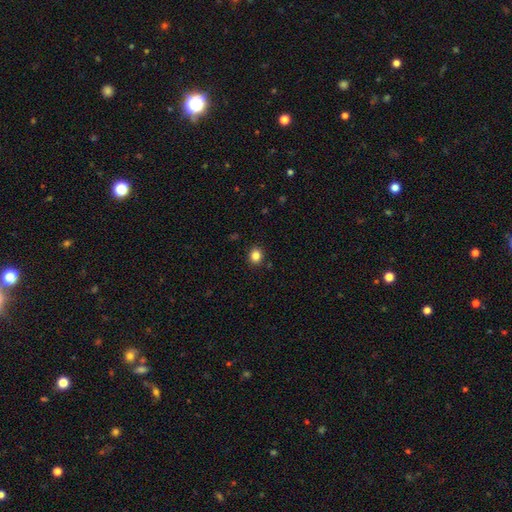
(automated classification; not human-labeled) smooth-or-featured: smooth: 84% | star or artifact: 12% | featured or disk: 5%
  how-rounded: round: 76% | in between: 23% | cigar-shaped: 1%
  merging: none: 90% | minor disturbance: 7% | major disturbance: 2% | merger: 1%